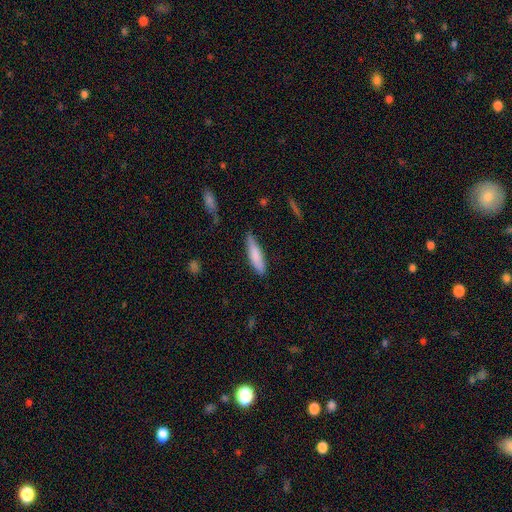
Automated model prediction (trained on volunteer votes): Smooth or featured? smooth (78%)
How rounded? cigar-shaped (76%)
Merging? none (77%)